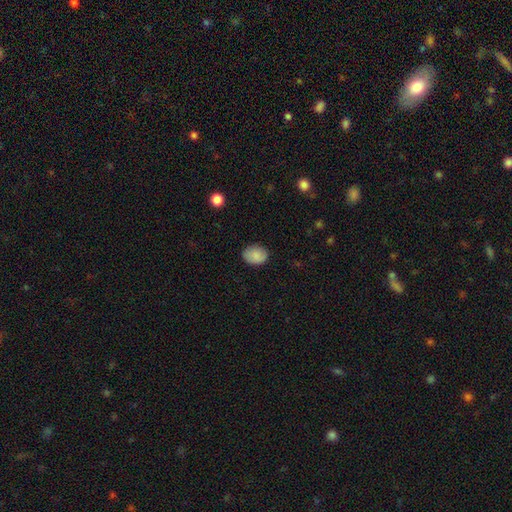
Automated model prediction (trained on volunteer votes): Smooth or featured: smooth — 87% (star or artifact — 7%)
How rounded: in between — 59% (round — 40%)
Merging: none — 83% (minor disturbance — 14%)